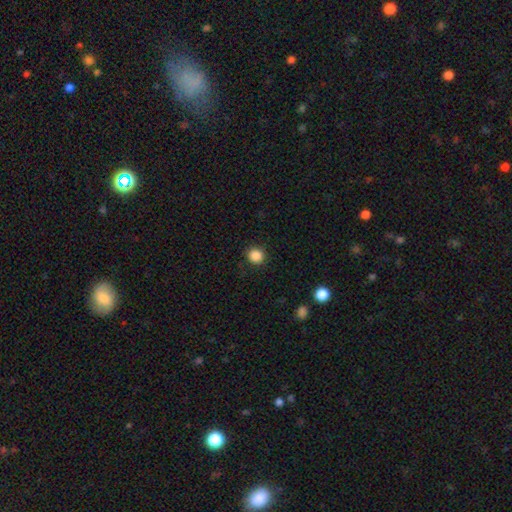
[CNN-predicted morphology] type=smooth (87%); roundness=round (92%); merging=none (91%).